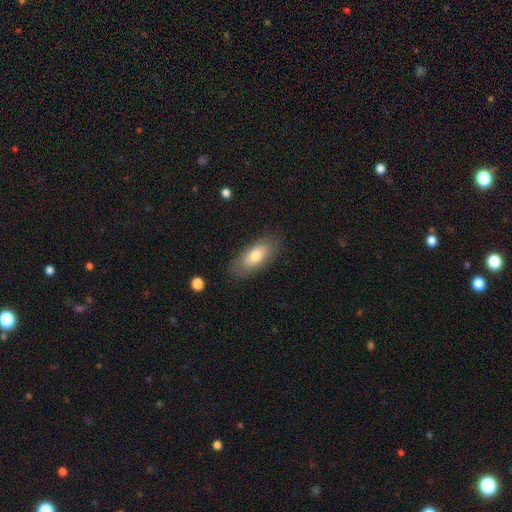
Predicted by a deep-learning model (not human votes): The model was most divided on "smooth or featured": smooth: 73%, featured or disk: 20%, star or artifact: 6%. More confident: how rounded — in between (84%); merging — none (83%).